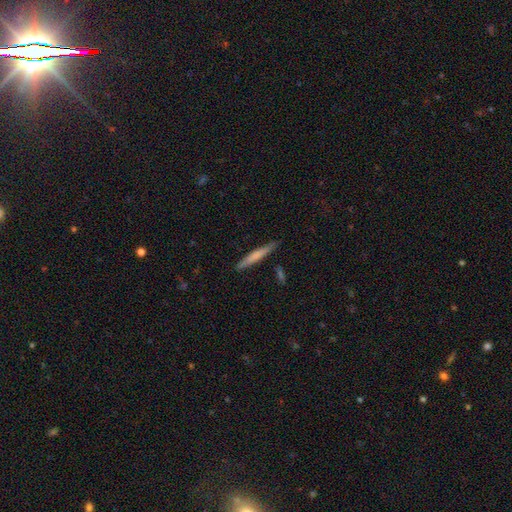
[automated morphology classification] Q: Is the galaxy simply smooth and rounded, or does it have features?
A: smooth — 61%.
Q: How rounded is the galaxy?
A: cigar-shaped — 95%.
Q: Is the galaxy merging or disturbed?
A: none — 84%.